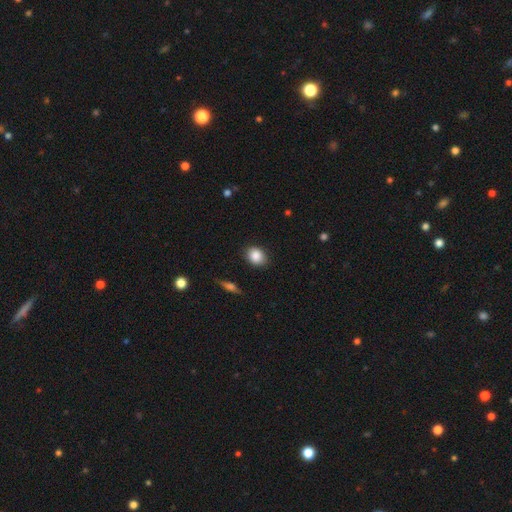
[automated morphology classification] The model was most divided on "how rounded" (2-way tie): in between: 49%, round: 49%, cigar-shaped: 2%. More confident: smooth or featured — smooth (87%); merging — none (84%).